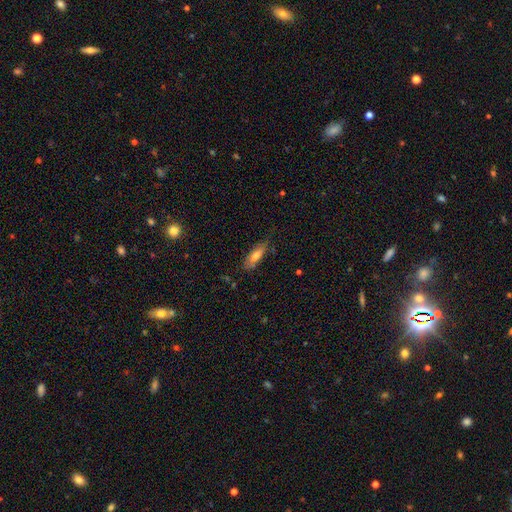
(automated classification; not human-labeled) smooth 70%, featured or disk 23%, star or artifact 7%. Down the decision tree: how rounded — in between (62%); merging — none (71%).